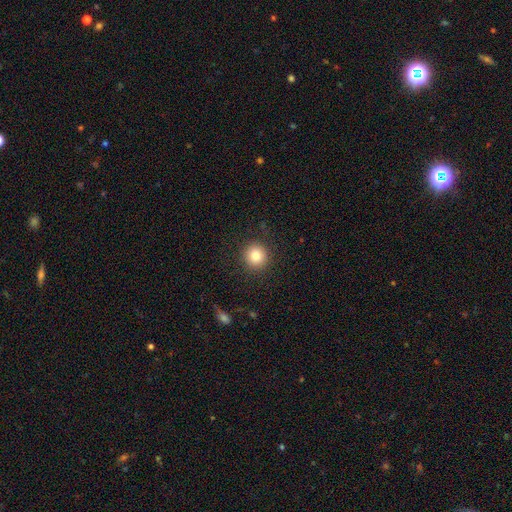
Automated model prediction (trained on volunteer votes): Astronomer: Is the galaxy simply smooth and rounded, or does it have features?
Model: smooth — 82%.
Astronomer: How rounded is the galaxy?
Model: round — 94%.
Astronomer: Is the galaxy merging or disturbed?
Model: none — 91%.